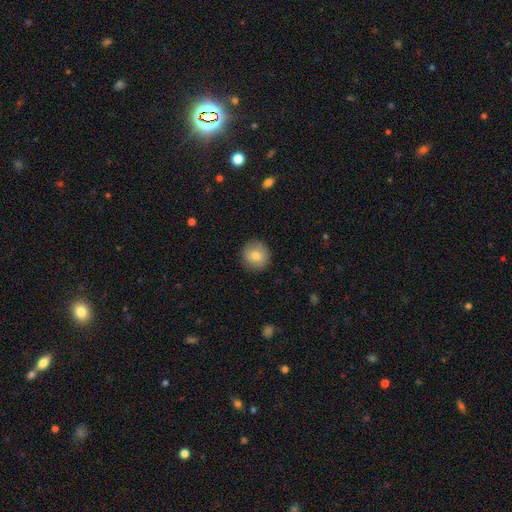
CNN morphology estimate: This appears to be a smooth galaxy with no disk features (78%) that is round (93%). Merging: none (88%).